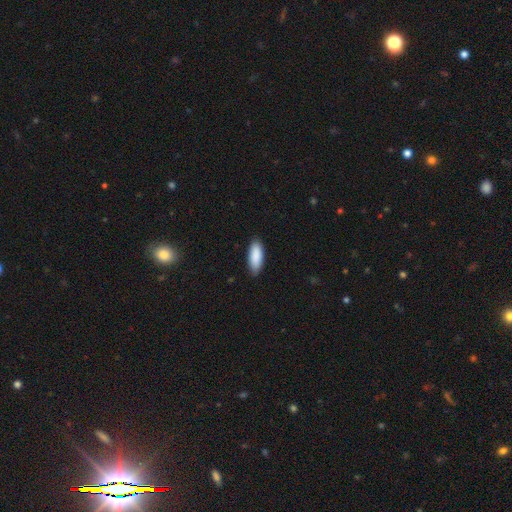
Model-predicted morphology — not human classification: Overall: smooth (90%). How rounded: in between (77%). Merging: none (86%).